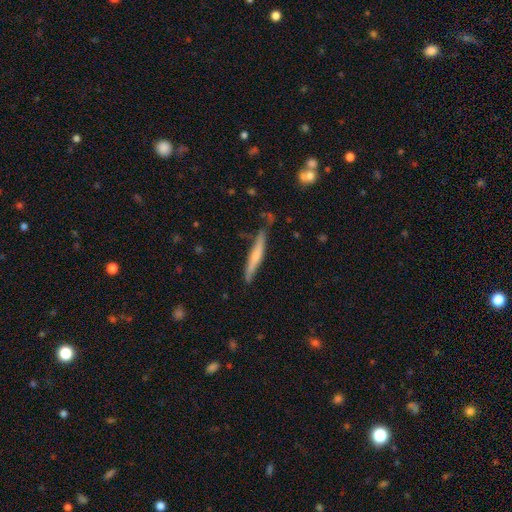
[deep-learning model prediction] smooth-or-featured: featured or disk: 47% (tied) | smooth: 47% (tied) | star or artifact: 5%
  merging: none: 70% | minor disturbance: 22% | major disturbance: 4% | merger: 3%